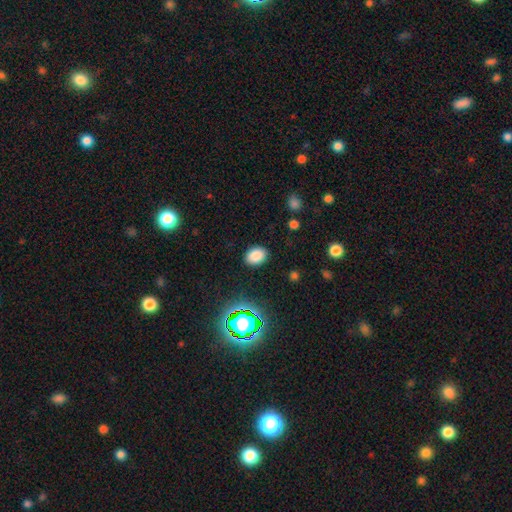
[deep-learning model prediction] A smooth galaxy with no disk features (82%) that is in between round and cigar-shaped (72%).

Vote fractions:
- Smooth or featured? smooth: 82% / star or artifact: 13% / featured or disk: 5%
- How rounded? in between: 72% / round: 27% / cigar-shaped: 1%
- Merging? none: 87% / minor disturbance: 9% / major disturbance: 3% / merger: 1%